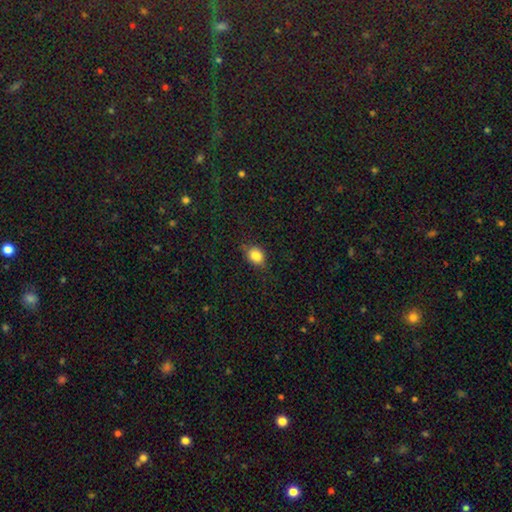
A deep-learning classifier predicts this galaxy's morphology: Smooth or featured?
  - smooth: 83% *
  - star or artifact: 10%
  - featured or disk: 7%
How rounded?
  - in between: 58% *
  - round: 40%
  - cigar-shaped: 2%
Merging?
  - none: 73% *
  - minor disturbance: 20%
  - major disturbance: 5%
  - merger: 1%